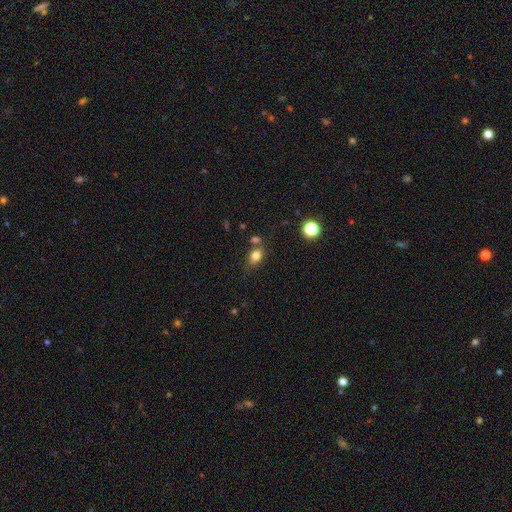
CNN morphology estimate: Smooth or featured: smooth — 80% (star or artifact — 12%)
How rounded: in between — 74% (round — 24%)
Merging: none — 61% (merger — 17%)